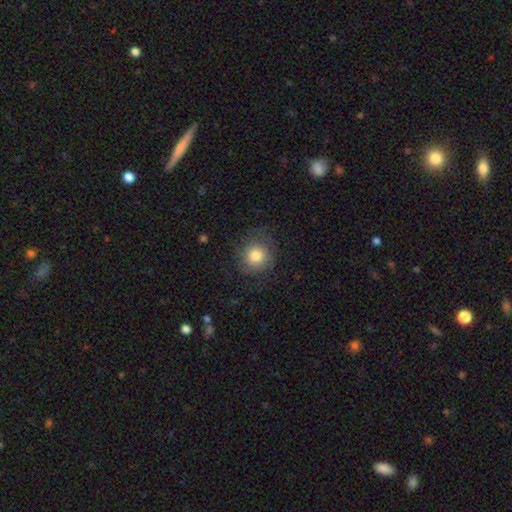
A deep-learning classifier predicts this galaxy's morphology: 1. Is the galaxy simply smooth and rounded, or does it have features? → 79% smooth, 12% featured or disk, 9% star or artifact.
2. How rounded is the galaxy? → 88% round, 11% in between, 1% cigar-shaped.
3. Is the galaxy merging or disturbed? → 77% none, 15% minor disturbance, 7% major disturbance, 1% merger.